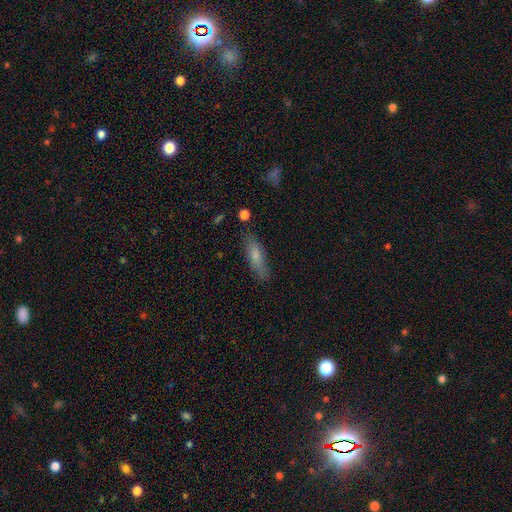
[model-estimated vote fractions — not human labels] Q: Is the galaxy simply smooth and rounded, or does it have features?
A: smooth — 70%.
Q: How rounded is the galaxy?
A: cigar-shaped — 61%.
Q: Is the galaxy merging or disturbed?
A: none — 79%.